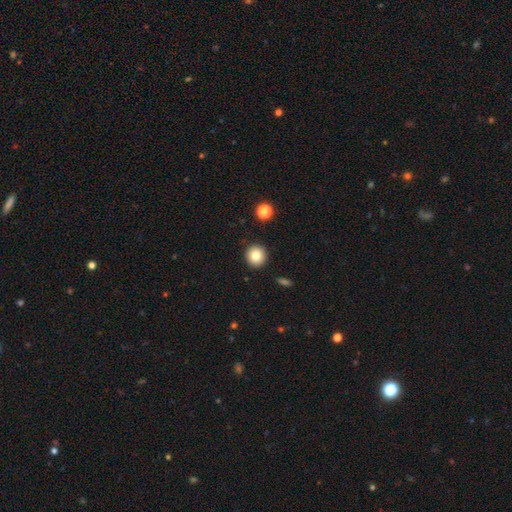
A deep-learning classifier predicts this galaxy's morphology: Q: Smooth or featured?
A: smooth (82%); runner-up: star or artifact (10%)
Q: How rounded?
A: round (93%); runner-up: in between (6%)
Q: Merging?
A: none (91%); runner-up: minor disturbance (5%)